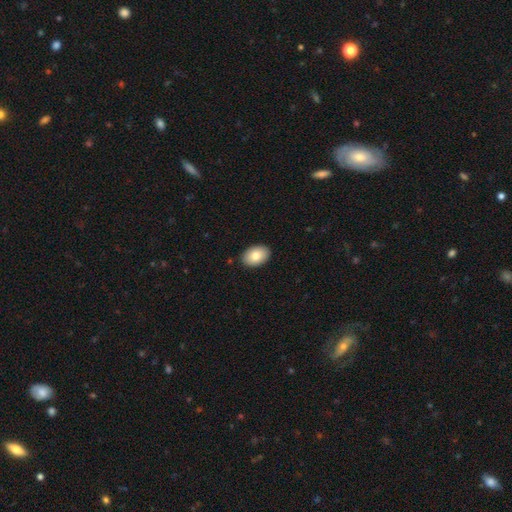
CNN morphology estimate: This is clearly a smooth galaxy (81%). How rounded: clearly in between (88%). Merging: clearly none (90%).